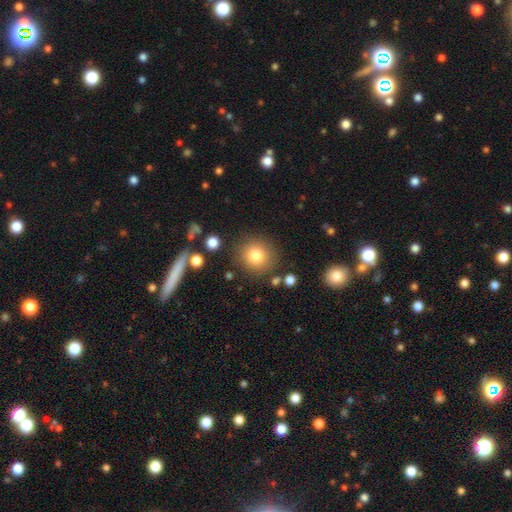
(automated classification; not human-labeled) The model was most divided on "smooth or featured": smooth: 80%, star or artifact: 11%, featured or disk: 9%. More confident: how rounded — round (91%); merging — none (85%).